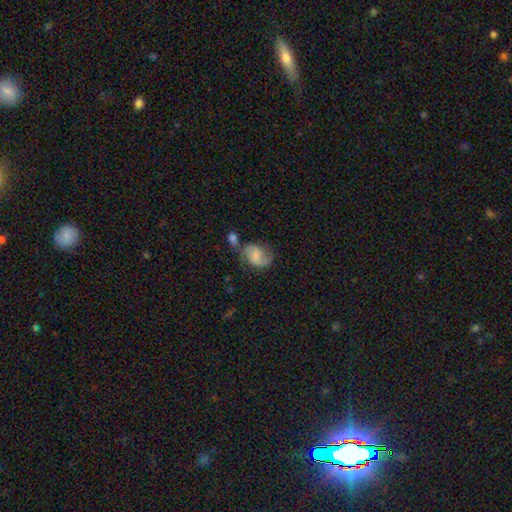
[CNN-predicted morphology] This appears to be a featured or disk galaxy (60%) with no bar (49%), 2 (83%) medium (45%) spiral arms (91%) and a small central bulge (34%). Merging: none (48%).